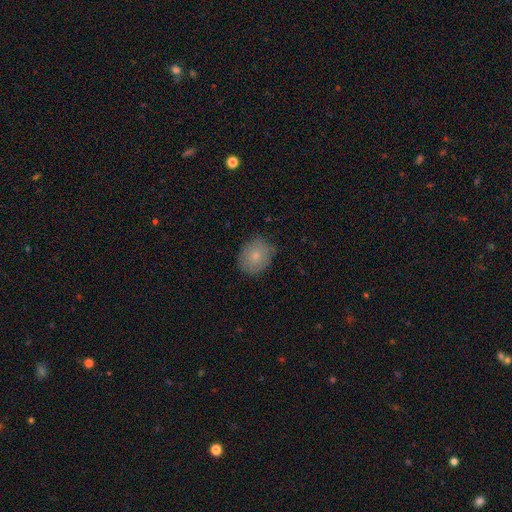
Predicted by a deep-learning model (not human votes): smooth-or-featured: smooth: 78% | featured or disk: 13% | star or artifact: 9%
  how-rounded: round: 59% | in between: 40% | cigar-shaped: 1%
  merging: none: 80% | minor disturbance: 16% | major disturbance: 3% | merger: 1%